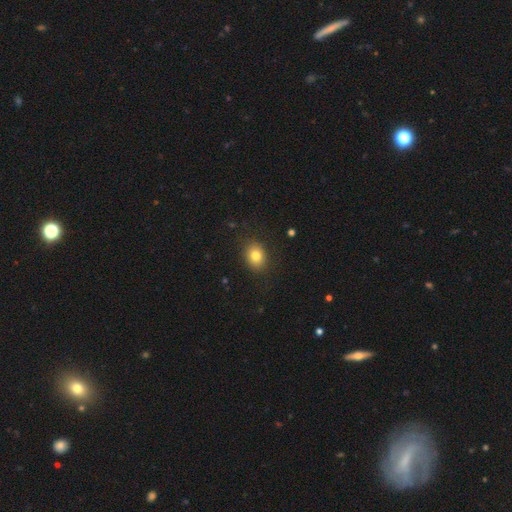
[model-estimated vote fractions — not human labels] Smooth or featured? Predicted: smooth (p=0.81). How rounded? Predicted: in between (p=0.55). Merging? Predicted: none (p=0.86).